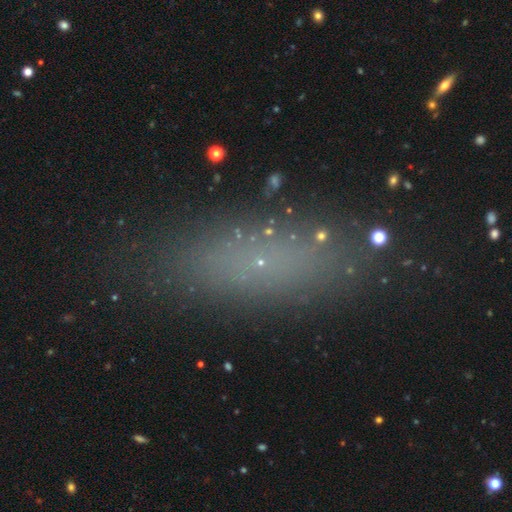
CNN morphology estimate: A smooth galaxy with no disk features (54%) that is in between round and cigar-shaped (54%).

Vote fractions:
- Smooth or featured? smooth: 54% / star or artifact: 23% / featured or disk: 22%
- How rounded? in between: 54% / cigar-shaped: 41% / round: 6%
- Merging? none: 82% / minor disturbance: 11% / major disturbance: 4% / merger: 2%